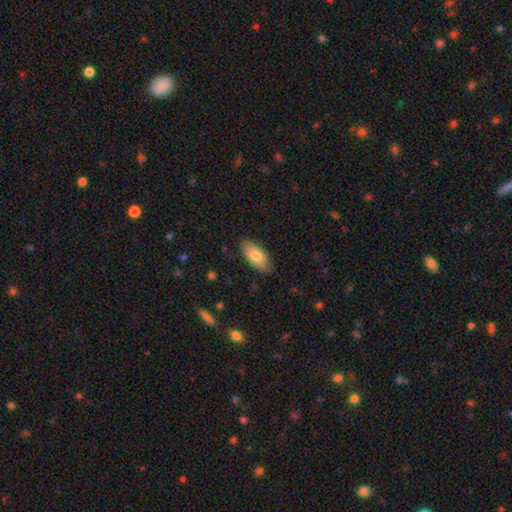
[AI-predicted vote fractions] Overall: smooth (78%). How rounded: in between (90%). Merging: none (84%).